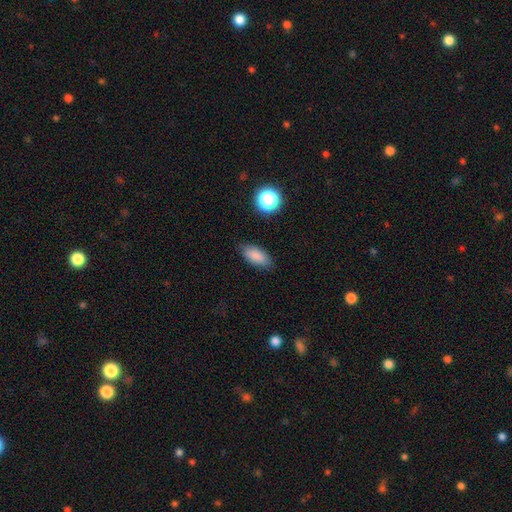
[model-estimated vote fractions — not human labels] A smooth galaxy with no disk features (85%) that is in between round and cigar-shaped (86%).

Vote fractions:
- Smooth or featured? smooth: 85% / star or artifact: 9% / featured or disk: 6%
- How rounded? in between: 86% / cigar-shaped: 10% / round: 4%
- Merging? none: 83% / minor disturbance: 12% / major disturbance: 3% / merger: 1%